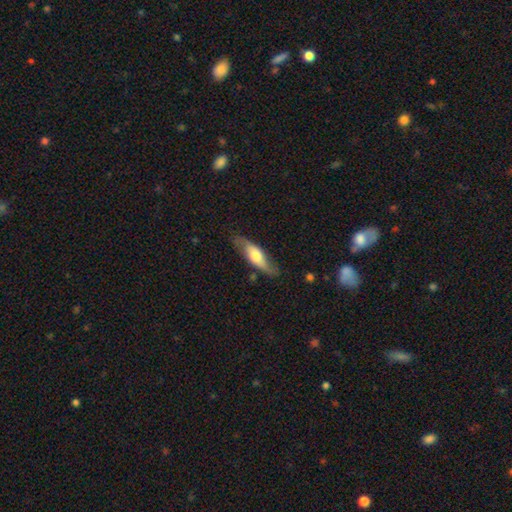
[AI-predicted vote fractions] Smooth or featured? featured or disk (48%)
Merging? none (77%)